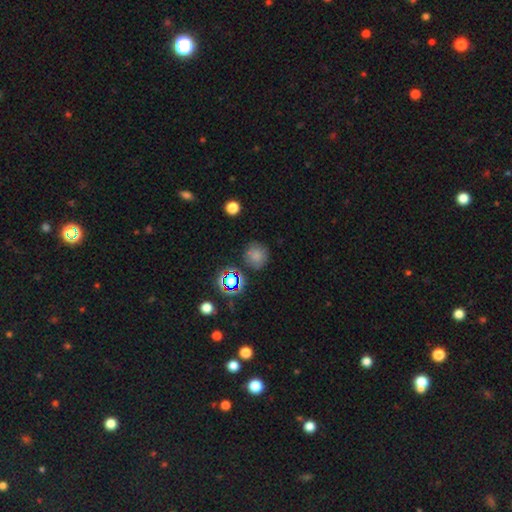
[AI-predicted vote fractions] Overall: smooth (70%). How rounded: round (89%). Merging: none (77%).